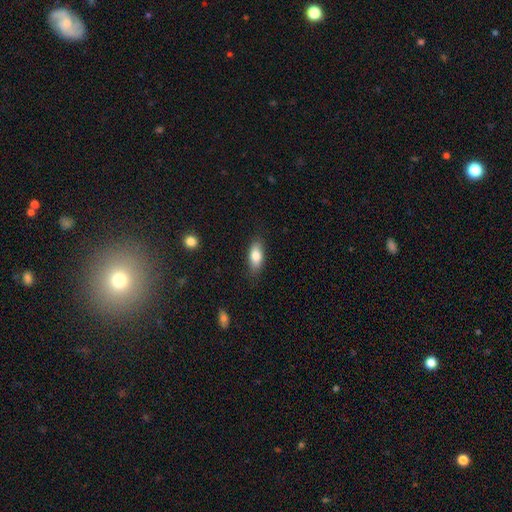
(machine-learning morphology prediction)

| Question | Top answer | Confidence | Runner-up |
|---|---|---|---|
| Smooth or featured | smooth | 80% | featured or disk (13%) |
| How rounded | in between | 82% | cigar-shaped (15%) |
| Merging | none | 83% | minor disturbance (13%) |